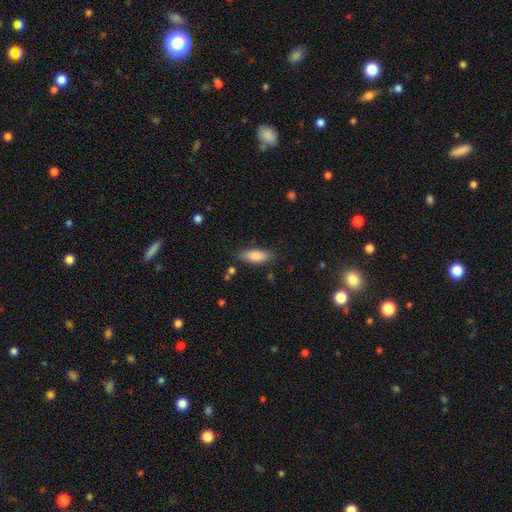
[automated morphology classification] smooth_or_featured: smooth (p=0.79) [alt: featured or disk p=0.14]
how_rounded: in between (p=0.69) [alt: cigar-shaped p=0.29]
merging: none (p=0.81) [alt: minor disturbance p=0.14]